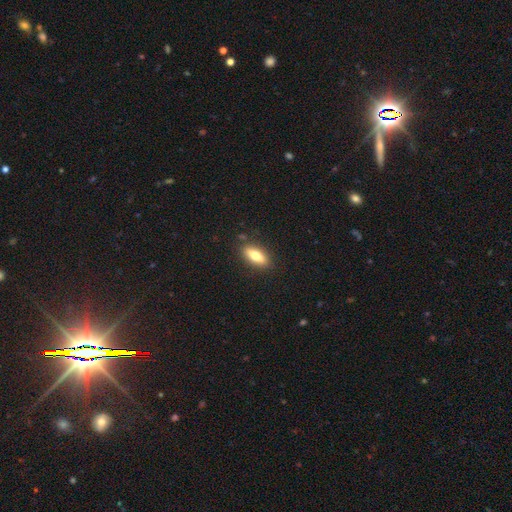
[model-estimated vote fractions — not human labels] Smooth or featured: smooth — 70% (featured or disk — 23%)
How rounded: in between — 70% (cigar-shaped — 27%)
Merging: none — 87% (minor disturbance — 10%)